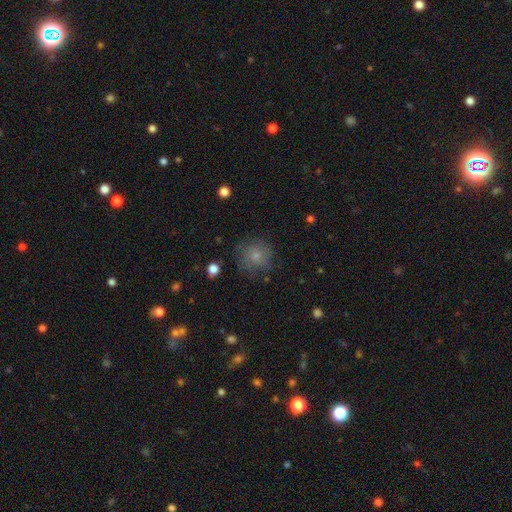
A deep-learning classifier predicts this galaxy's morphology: Smooth or featured? Predicted: smooth (p=0.77). How rounded? Predicted: round (p=0.91). Merging? Predicted: none (p=0.77).